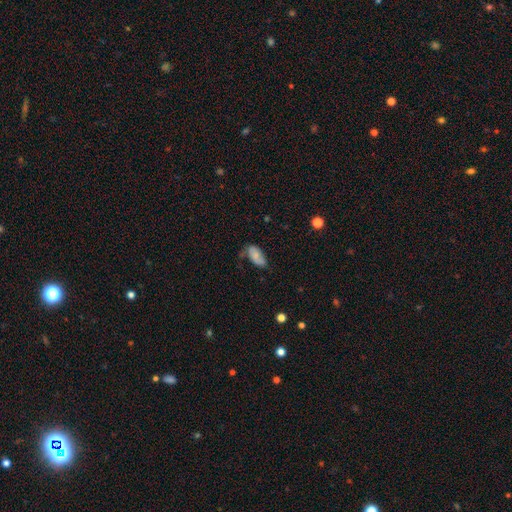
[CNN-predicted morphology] A smooth galaxy with no disk features (70%) that is in between round and cigar-shaped (93%).

Vote fractions:
- Smooth or featured? smooth: 70% / featured or disk: 22% / star or artifact: 8%
- How rounded? in between: 93% / cigar-shaped: 4% / round: 3%
- Merging? none: 46% / minor disturbance: 36% / major disturbance: 14% / merger: 4%